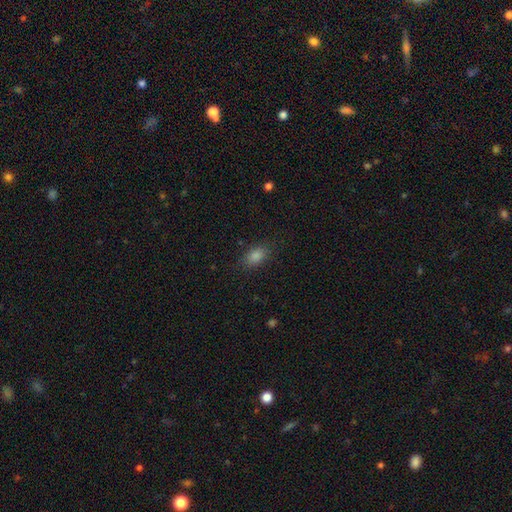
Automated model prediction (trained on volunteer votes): Smooth or featured? smooth (81%)
How rounded? in between (84%)
Merging? none (85%)